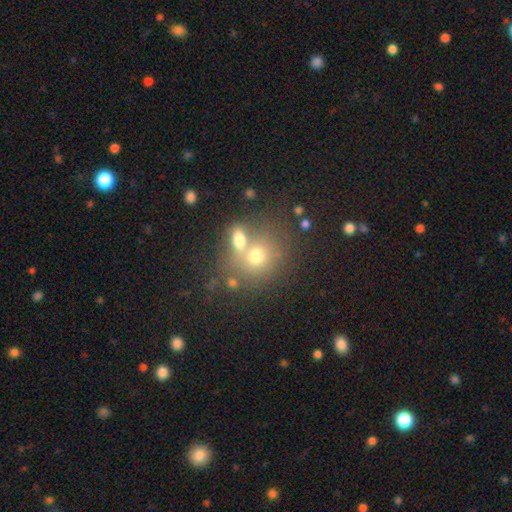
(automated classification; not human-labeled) Overall: smooth (60%; star or artifact 21%). How rounded: round (75%). Merging: merger (44%; none 43%).